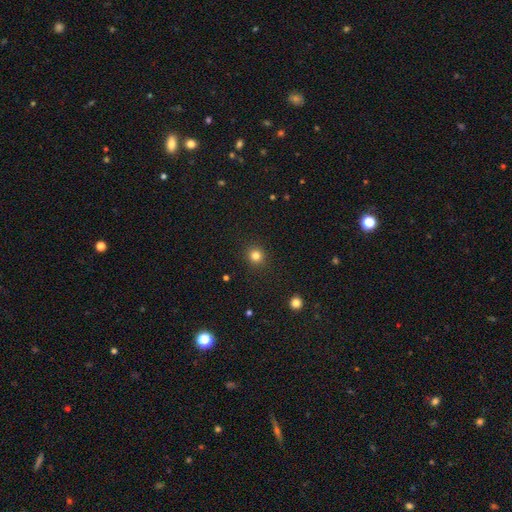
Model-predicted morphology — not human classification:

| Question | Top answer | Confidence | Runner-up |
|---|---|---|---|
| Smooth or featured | smooth | 81% | star or artifact (14%) |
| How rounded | round | 90% | in between (9%) |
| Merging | none | 91% | minor disturbance (6%) |